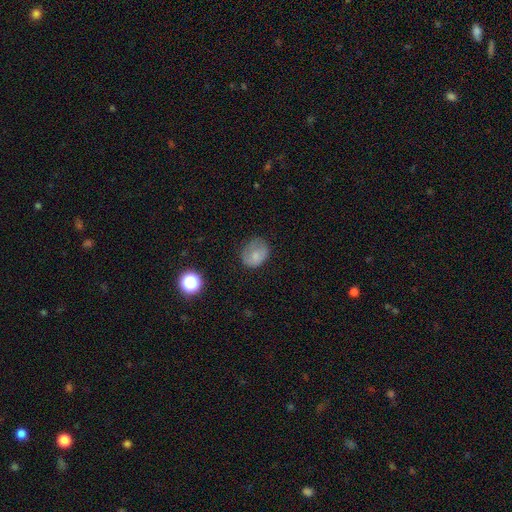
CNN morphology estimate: Smooth or featured? smooth (74%)
How rounded? round (50%)
Merging? none (58%)